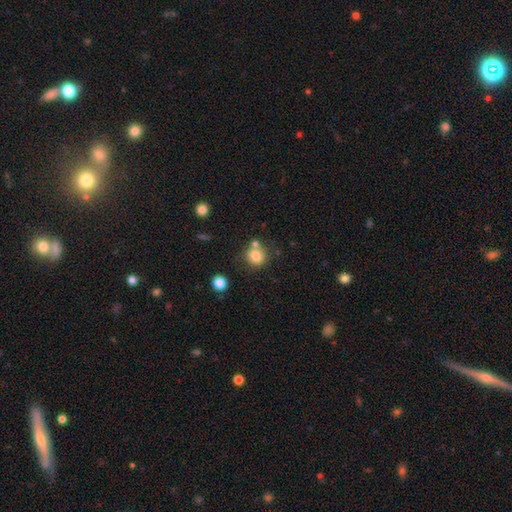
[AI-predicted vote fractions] Smooth or featured: smooth — 81% (star or artifact — 11%)
How rounded: round — 86% (in between — 13%)
Merging: none — 66% (merger — 19%)